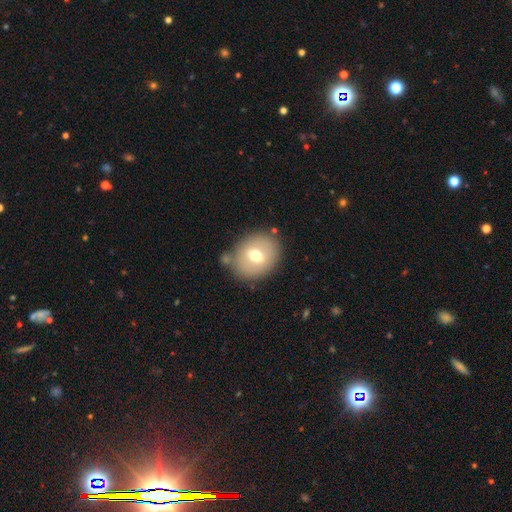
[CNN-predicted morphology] smooth_or_featured: smooth (p=0.66) [alt: featured or disk p=0.25]
how_rounded: round (p=0.61) [alt: in between p=0.38]
merging: none (p=0.77) [alt: minor disturbance p=0.12]